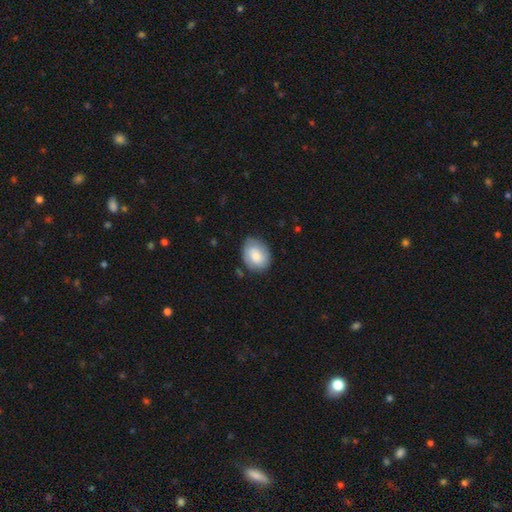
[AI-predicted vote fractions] This is likely a smooth galaxy (75%). How rounded: likely in between (70%). Merging: likely none (71%).